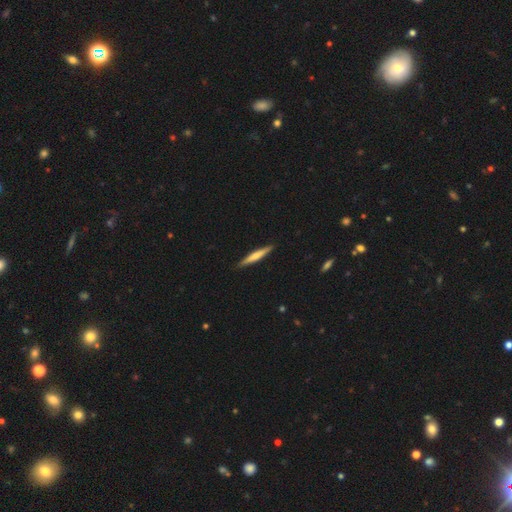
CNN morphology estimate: Smooth or featured? Predicted: smooth (p=0.52). How rounded? Predicted: cigar-shaped (p=0.94). Merging? Predicted: none (p=0.91).